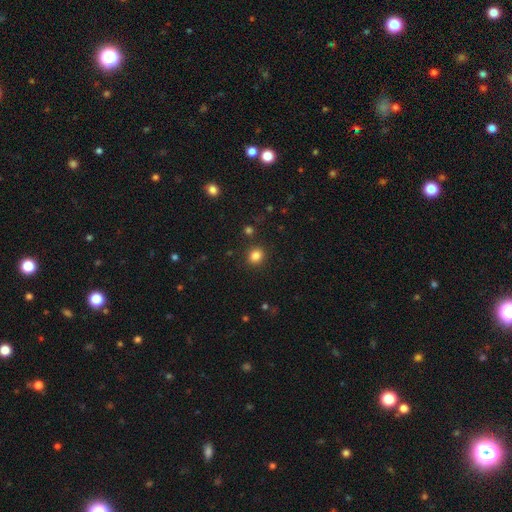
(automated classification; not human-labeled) Overall: smooth (84%). How rounded: round (75%). Merging: none (88%).